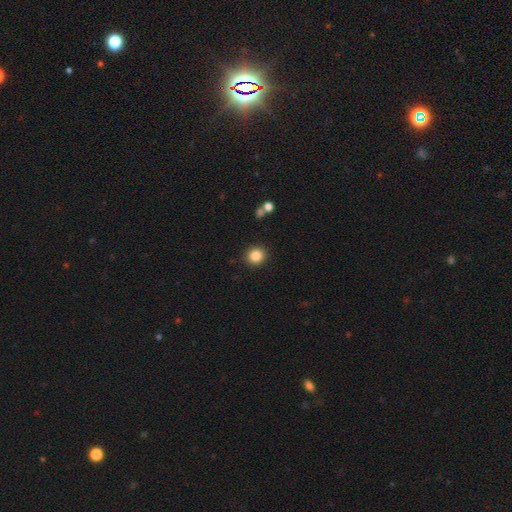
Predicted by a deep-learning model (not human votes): This appears to be a smooth galaxy with no disk features (85%) that is round (90%). Merging: none (90%).